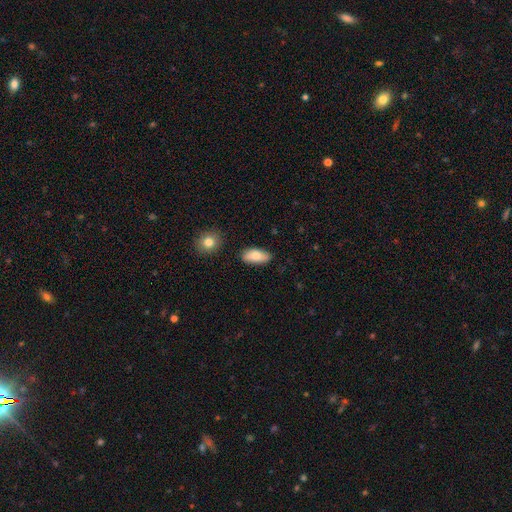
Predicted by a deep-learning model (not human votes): Smooth or featured? Predicted: smooth (p=0.80). How rounded? Predicted: in between (p=0.89). Merging? Predicted: none (p=0.83).